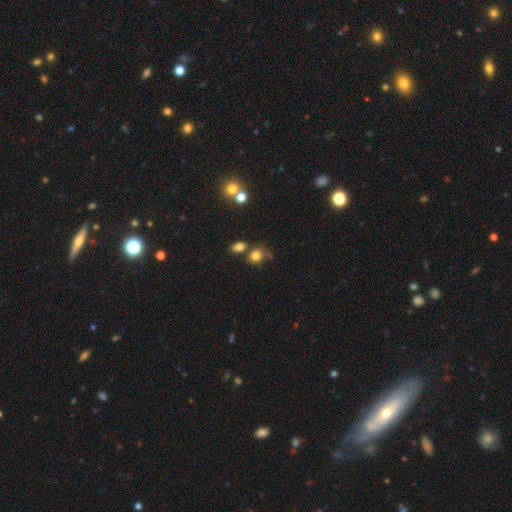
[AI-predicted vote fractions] Morphology: type=smooth (79%); roundness=round (62%); merging=none (54%).